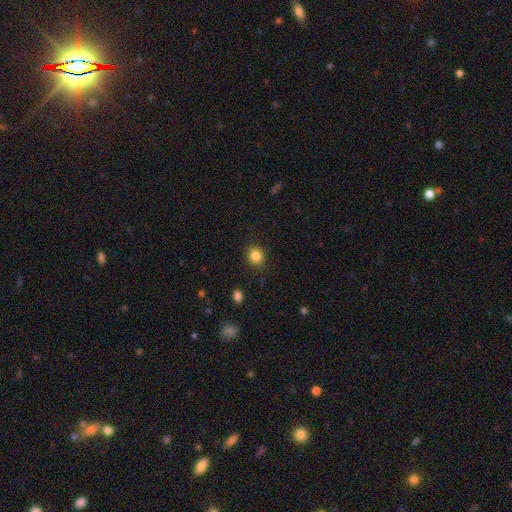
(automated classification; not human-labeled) smooth_or_featured: smooth (p=0.85) [alt: star or artifact p=0.11]
how_rounded: round (p=0.83) [alt: in between p=0.17]
merging: none (p=0.89) [alt: minor disturbance p=0.07]